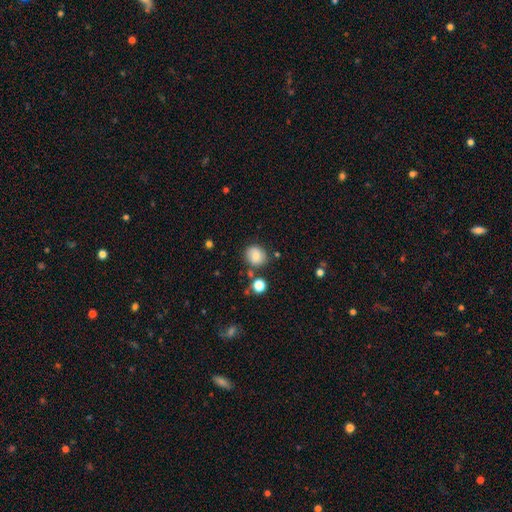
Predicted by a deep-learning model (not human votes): Smooth or featured? smooth (75%)
How rounded? round (82%)
Merging? none (77%)